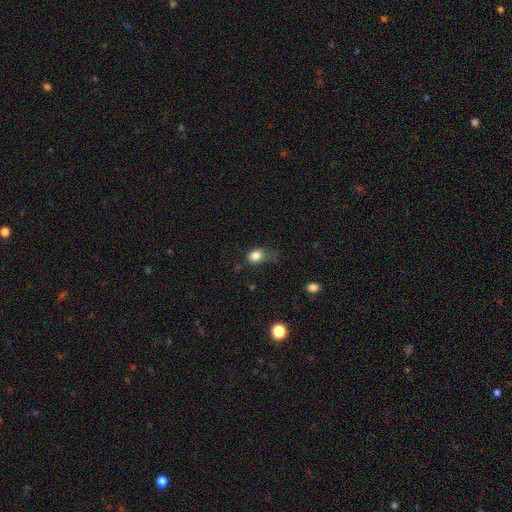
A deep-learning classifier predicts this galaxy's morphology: smooth 82%, star or artifact 10%, featured or disk 8%. Down the decision tree: how rounded — in between (62%); merging — none (43%).